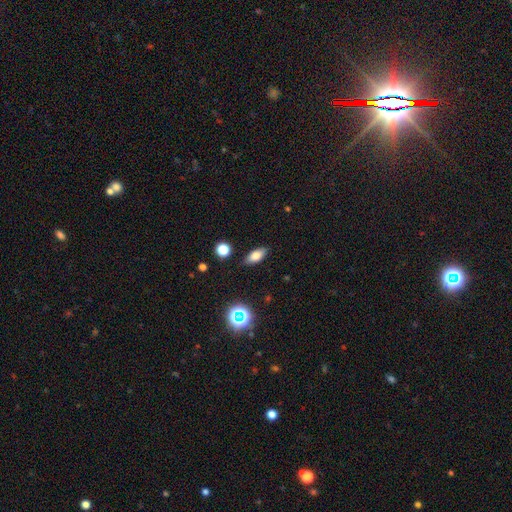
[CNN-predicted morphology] A smooth galaxy with no disk features (73%) that is in between round and cigar-shaped (80%). Merging: none (86%).